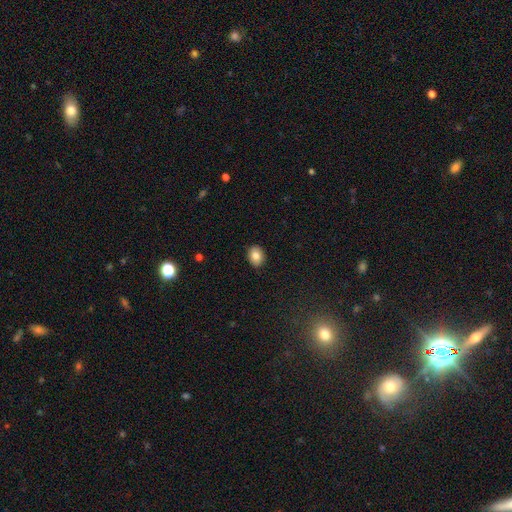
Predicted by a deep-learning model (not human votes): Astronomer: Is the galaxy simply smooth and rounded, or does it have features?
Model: smooth — 83%.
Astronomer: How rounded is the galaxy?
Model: in between — 57% (runner-up: round, 42%).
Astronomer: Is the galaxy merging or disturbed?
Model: none — 89%.